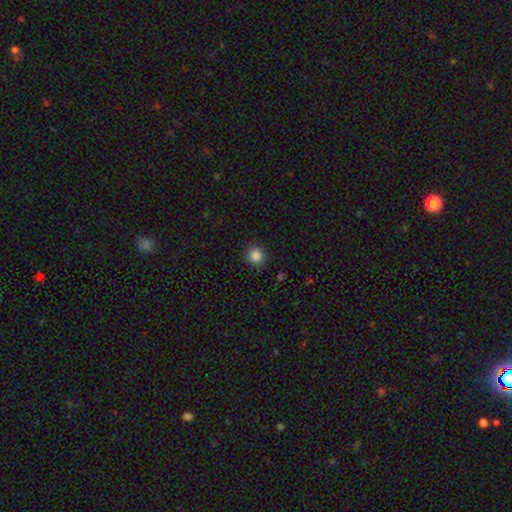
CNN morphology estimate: Smooth or featured? smooth (86%)
How rounded? round (93%)
Merging? none (91%)